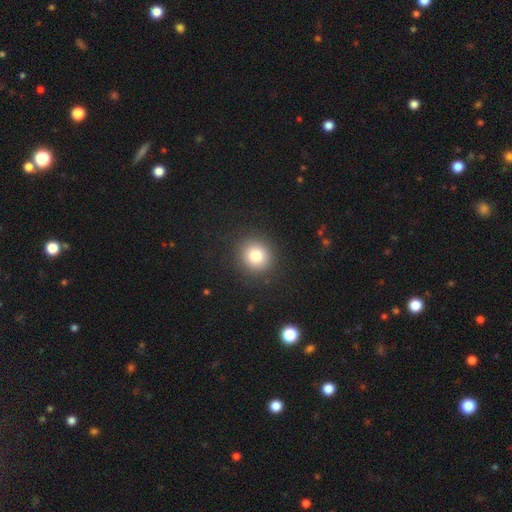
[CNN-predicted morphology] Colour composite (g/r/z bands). It shows a smooth galaxy with no disk features (81%) that is round (86%). Merging: none (89%).